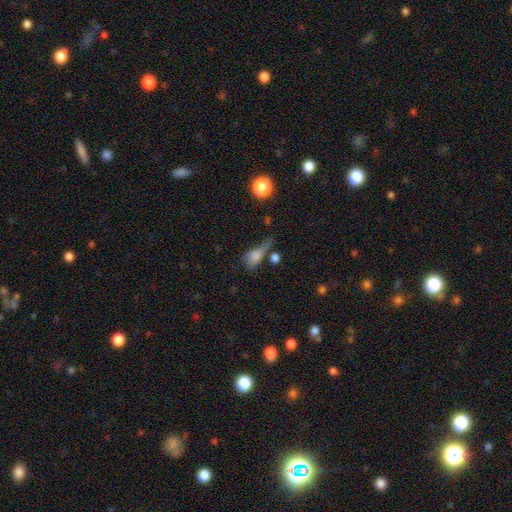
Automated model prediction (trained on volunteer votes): Q: Smooth or featured?
A: smooth (69%); runner-up: featured or disk (19%)
Q: How rounded?
A: in between (71%); runner-up: round (15%)
Q: Merging?
A: major disturbance (28%); tied with: minor disturbance (28%)